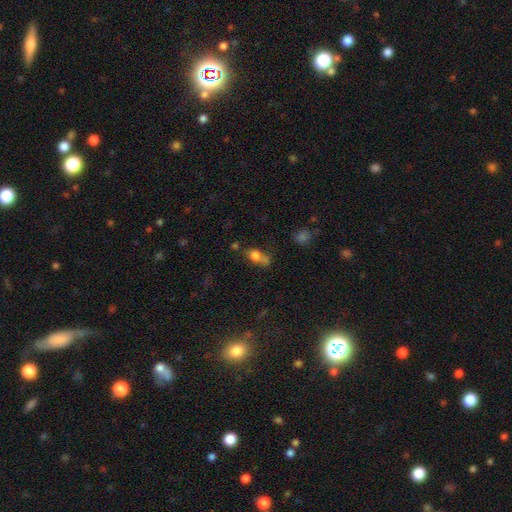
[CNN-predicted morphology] Smooth or featured? smooth (74%)
How rounded? in between (65%)
Merging? none (36%)